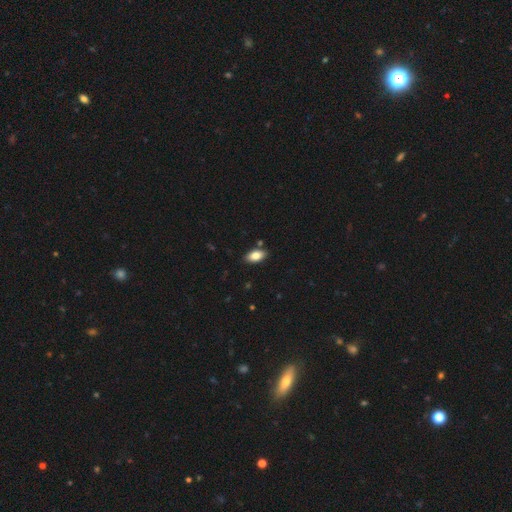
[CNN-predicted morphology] Smooth or featured? smooth (81%)
How rounded? in between (92%)
Merging? none (84%)